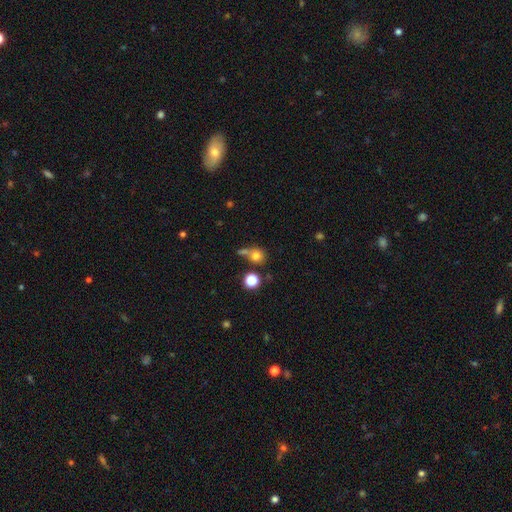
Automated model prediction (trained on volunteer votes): Q: Smooth or featured?
A: smooth (76%); runner-up: star or artifact (14%)
Q: How rounded?
A: round (82%); runner-up: in between (16%)
Q: Merging?
A: none (49%); runner-up: merger (28%)